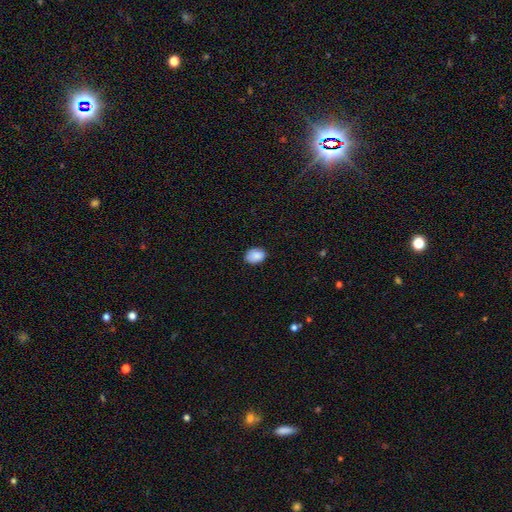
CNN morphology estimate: Smooth or featured? Predicted: smooth (p=0.89). How rounded? Predicted: in between (p=0.81). Merging? Predicted: none (p=0.84).